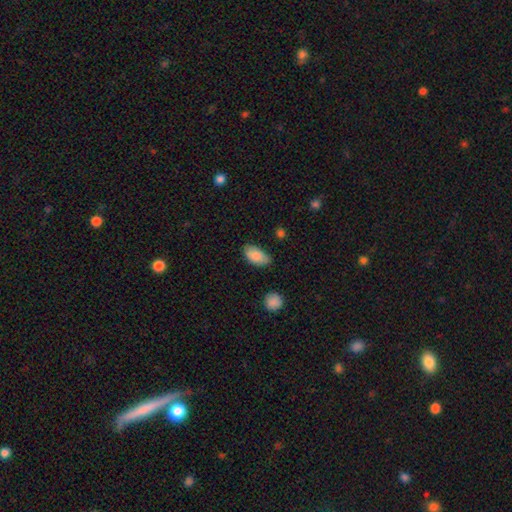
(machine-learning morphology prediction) Smooth or featured: smooth — 86% (featured or disk — 8%)
How rounded: in between — 93% (round — 4%)
Merging: none — 73% (minor disturbance — 21%)